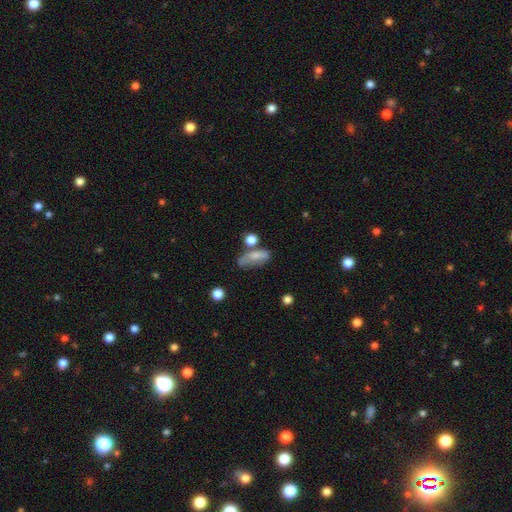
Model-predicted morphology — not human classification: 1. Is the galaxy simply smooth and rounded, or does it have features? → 68% smooth, 22% featured or disk, 10% star or artifact.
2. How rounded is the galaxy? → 71% in between, 21% cigar-shaped, 8% round.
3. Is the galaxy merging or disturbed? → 39% none, 27% minor disturbance, 18% major disturbance, 17% merger.